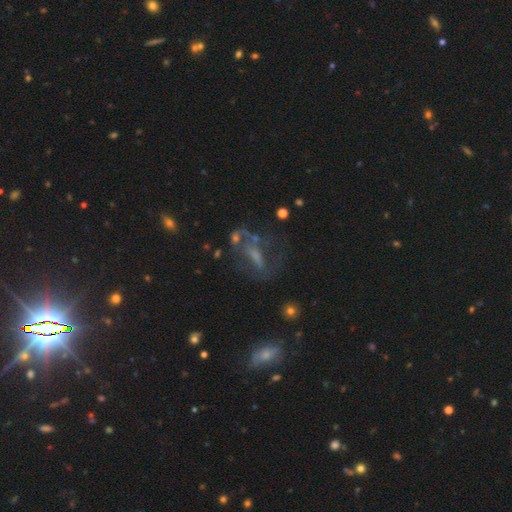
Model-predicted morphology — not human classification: Overall: featured or disk (60%; star or artifact 21%). Edge-on disk: no (91%). Bar: no (41%; weak 35%). Spiral arms: yes (52%; no 48%). Bulge size: none (36%; small 31%). Merging: none (46%; major disturbance 29%).